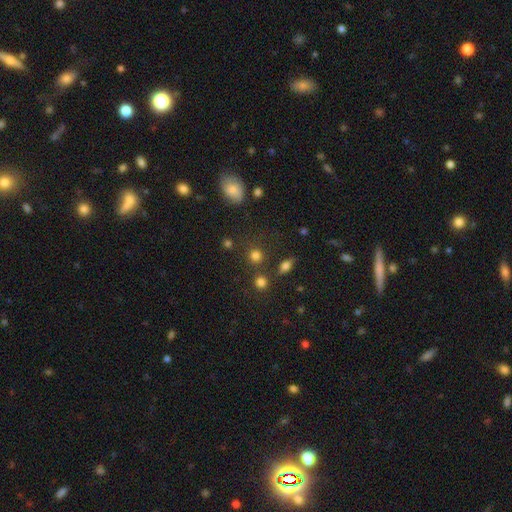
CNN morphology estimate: Smooth or featured?
  - smooth: 78% *
  - star or artifact: 15%
  - featured or disk: 6%
How rounded?
  - round: 87% *
  - in between: 12%
  - cigar-shaped: 1%
Merging?
  - none: 77% *
  - minor disturbance: 10%
  - merger: 9%
  - major disturbance: 5%